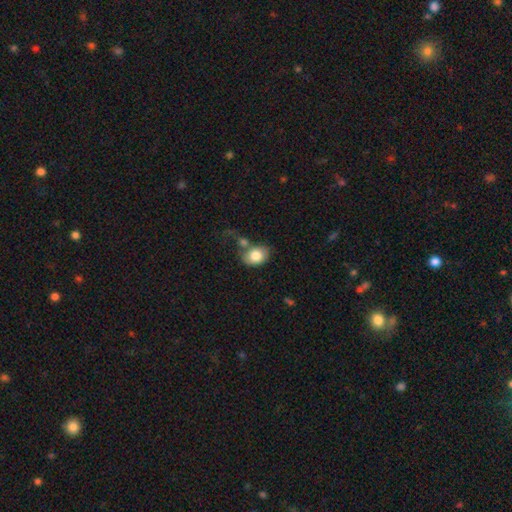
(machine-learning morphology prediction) Overall: smooth (81%). How rounded: in between (61%; round 38%). Merging: none (37%; merger 32%).